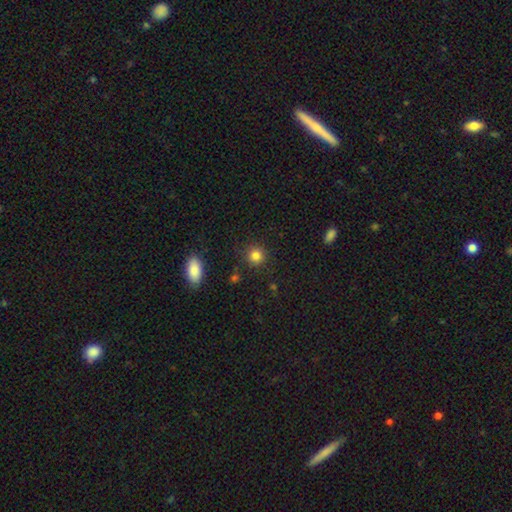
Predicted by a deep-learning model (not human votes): Smooth or featured? smooth (84%)
How rounded? round (89%)
Merging? none (87%)